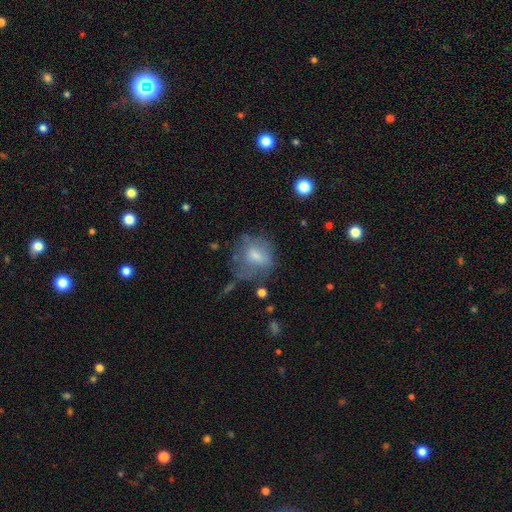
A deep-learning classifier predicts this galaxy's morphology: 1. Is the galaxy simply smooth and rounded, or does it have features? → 64% smooth, 26% featured or disk, 10% star or artifact.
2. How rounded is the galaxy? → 59% round, 39% in between, 2% cigar-shaped.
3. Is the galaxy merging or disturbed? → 46% none, 25% minor disturbance, 24% major disturbance, 5% merger.